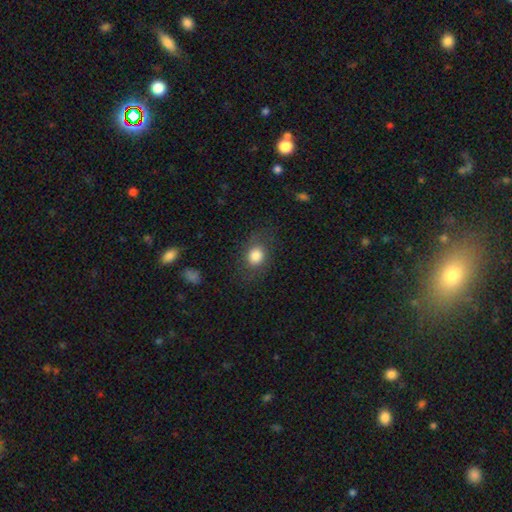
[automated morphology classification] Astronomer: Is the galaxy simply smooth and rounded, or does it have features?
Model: smooth — 81%.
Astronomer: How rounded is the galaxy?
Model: round — 55% (runner-up: in between, 44%).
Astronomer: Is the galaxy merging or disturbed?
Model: none — 75%.